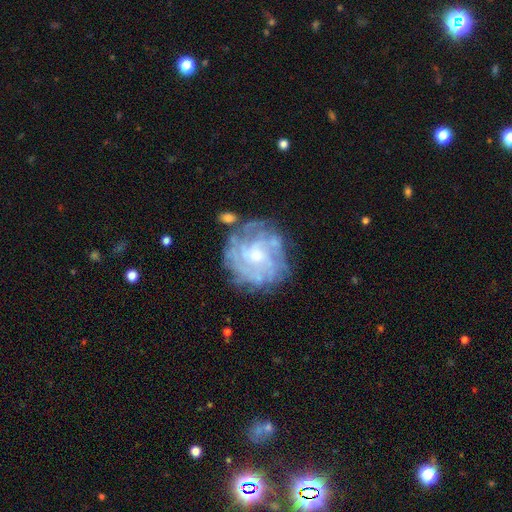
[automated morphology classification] A featured or disk galaxy (80%) with no bar (67%), tight (68%) spiral arms (87%) and a small central bulge (64%).

Vote fractions:
- Smooth or featured? featured or disk: 80% / smooth: 12% / star or artifact: 8%
- Edge-on disk? no: 98% / yes: 2%
- Bar? no: 67% / weak: 28% / strong: 5%
- Spiral arms? yes: 87% / no: 13%
- Spiral winding? tight: 68% / medium: 25% / loose: 7%
- Spiral arm count? can't tell: 47% / 4: 17% / 3: 11% / more than 4: 11% / 2: 9% / 1: 5%
- Bulge size? small: 64% / moderate: 31% / none: 3% / large: 2% / dominant: 1%
- Merging? none: 71% / minor disturbance: 17% / major disturbance: 8% / merger: 4%